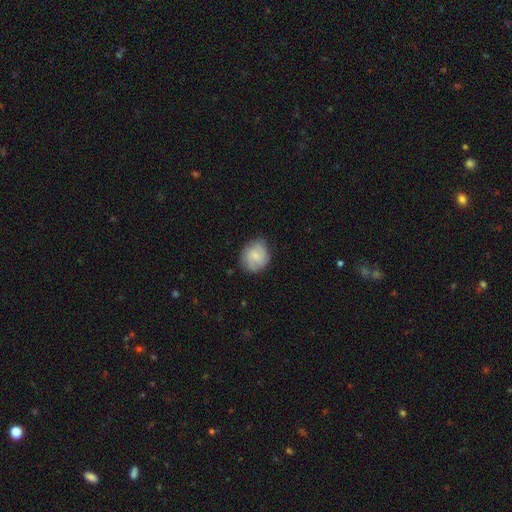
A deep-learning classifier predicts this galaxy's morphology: A smooth galaxy with no disk features (51%) that is round (73%). Merging: none (77%).